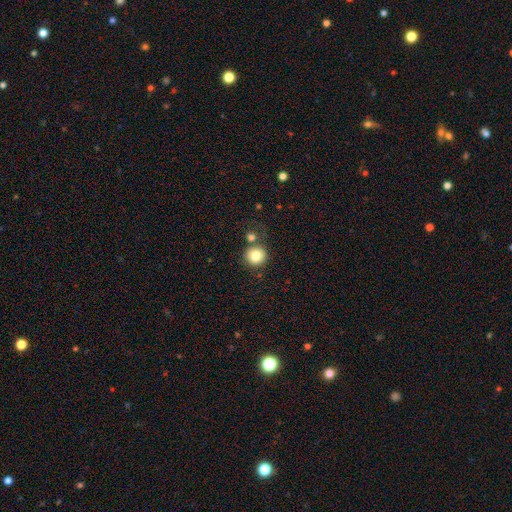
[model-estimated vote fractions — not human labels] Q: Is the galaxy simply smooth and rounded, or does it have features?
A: smooth — 83%.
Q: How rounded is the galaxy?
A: round — 92%.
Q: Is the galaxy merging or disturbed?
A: none — 74%.